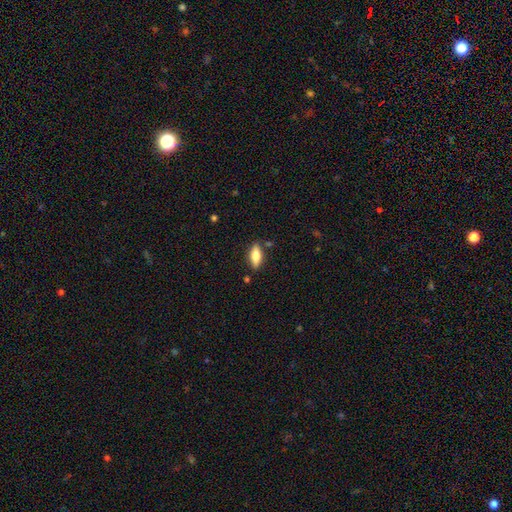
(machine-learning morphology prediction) This appears to be a smooth galaxy with no disk features (68%) that is in between round and cigar-shaped (70%). Merging: none (83%).